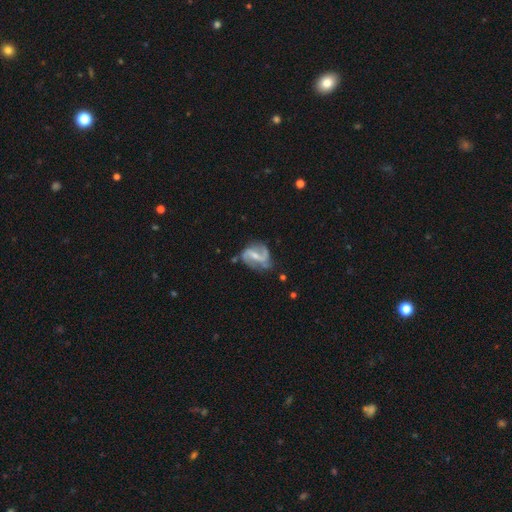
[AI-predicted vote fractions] Smooth or featured: featured or disk — 84% (smooth — 11%)
Edge-on disk: no — 97% (yes — 3%)
Bar: weak — 46% (strong — 38%)
Spiral arms: yes — 93% (no — 7%)
Spiral winding: loose — 49% (medium — 39%)
Spiral arm count: 2 — 84% (can't tell — 6%)
Bulge size: small — 54% (moderate — 34%)
Merging: none — 56% (minor disturbance — 24%)